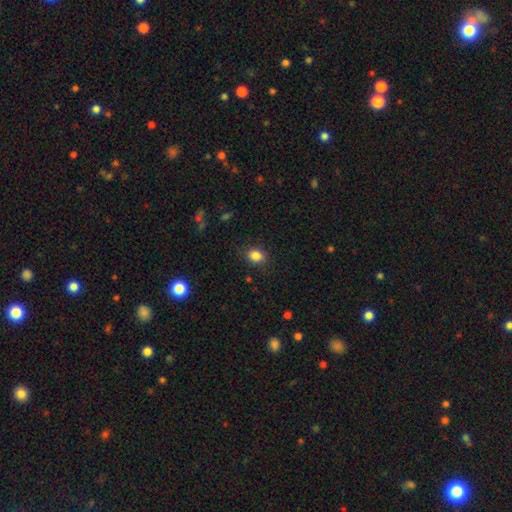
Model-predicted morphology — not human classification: This appears to be a smooth galaxy with no disk features (85%) that is in between round and cigar-shaped (56%). Merging: none (85%).